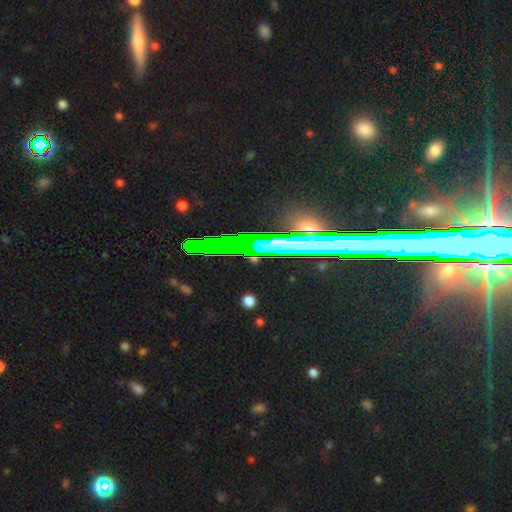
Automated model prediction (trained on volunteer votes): This appears to be a star or artifact, not a galaxy (63%).